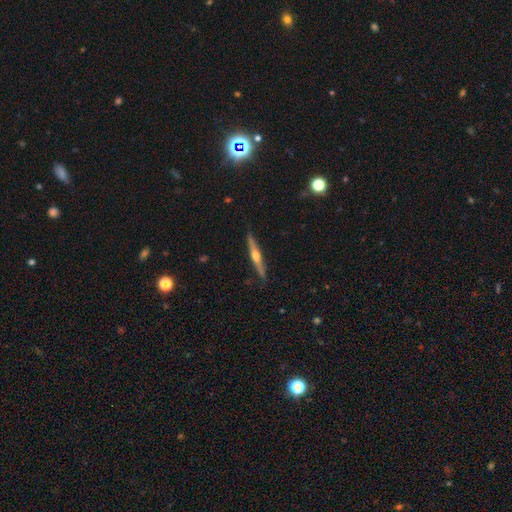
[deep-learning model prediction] smooth-or-featured: featured or disk: 69% | smooth: 26% | star or artifact: 5%
  disk-edge-on: yes: 97% | no: 3%
    edge-on-bulge: rounded: 90% | none: 7% | boxy: 3%
  merging: none: 88% | minor disturbance: 9% | major disturbance: 2% | merger: 1%